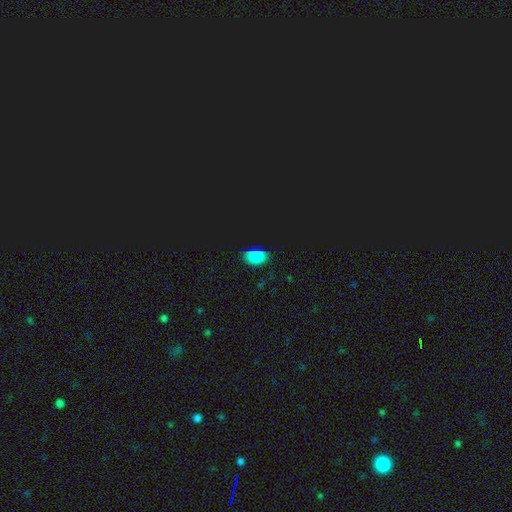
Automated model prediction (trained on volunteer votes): A smooth galaxy with no disk features (70%) that is in between round and cigar-shaped (86%).

Vote fractions:
- Smooth or featured? smooth: 70% / star or artifact: 24% / featured or disk: 5%
- How rounded? in between: 86% / round: 12% / cigar-shaped: 2%
- Merging? none: 82% / minor disturbance: 13% / major disturbance: 3% / merger: 2%